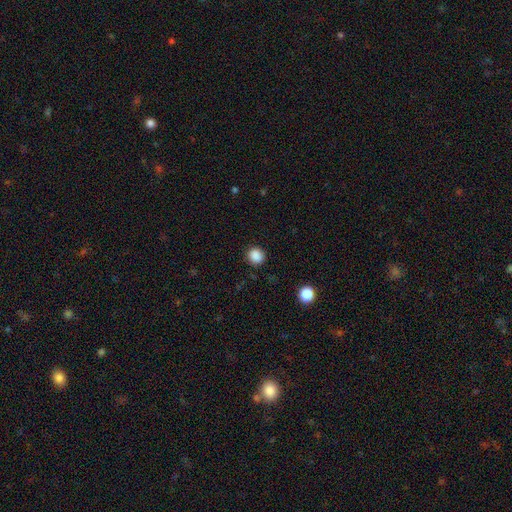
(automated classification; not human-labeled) This appears to be a smooth galaxy with no disk features (87%) that is round (88%). Merging: none (88%).